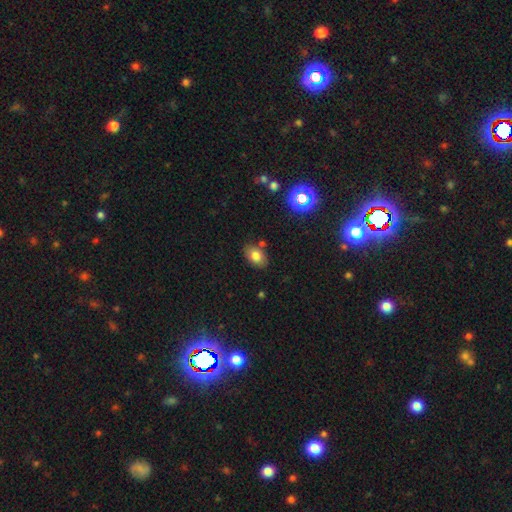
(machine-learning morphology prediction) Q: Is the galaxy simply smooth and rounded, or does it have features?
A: smooth — 78%.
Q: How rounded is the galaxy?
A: in between — 84%.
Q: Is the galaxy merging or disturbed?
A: none — 80%.